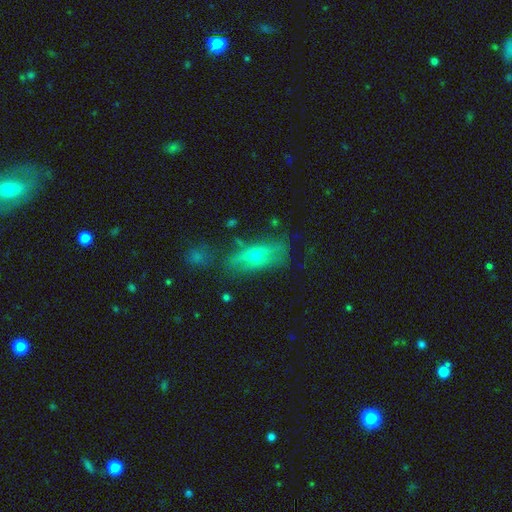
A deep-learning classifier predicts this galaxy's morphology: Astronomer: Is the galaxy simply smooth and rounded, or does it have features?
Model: featured or disk — 46% (runner-up: smooth, 43%).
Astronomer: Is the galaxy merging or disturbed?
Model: none — 68%.